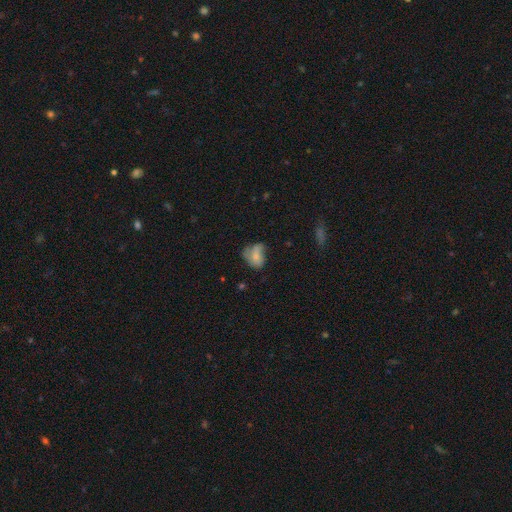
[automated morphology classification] smooth-or-featured: smooth: 64% | featured or disk: 26% | star or artifact: 11%
  how-rounded: in between: 65% | round: 33% | cigar-shaped: 1%
  merging: none: 35% | minor disturbance: 33% | major disturbance: 24% | merger: 9%